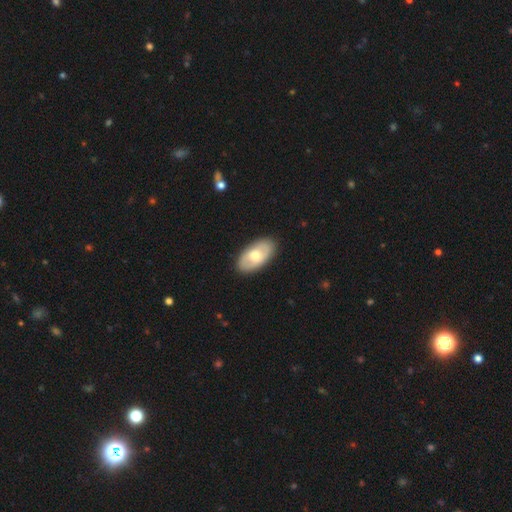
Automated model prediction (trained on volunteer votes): The model was most divided on "smooth or featured": smooth: 56%, featured or disk: 39%, star or artifact: 5%. More confident: how rounded — in between (94%); merging — none (88%).